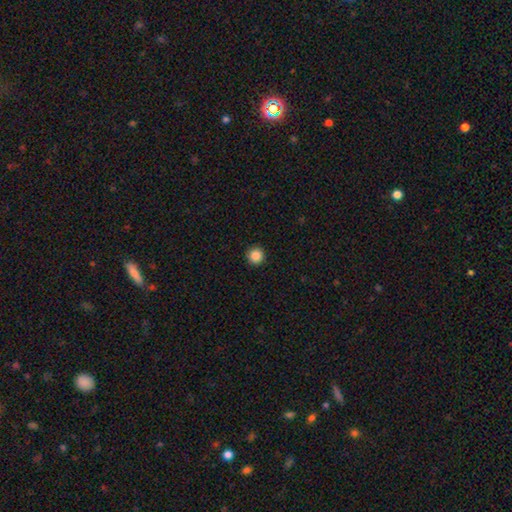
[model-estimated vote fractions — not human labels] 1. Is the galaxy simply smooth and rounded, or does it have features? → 86% smooth, 10% star or artifact, 3% featured or disk.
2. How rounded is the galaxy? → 96% round, 3% in between, 1% cigar-shaped.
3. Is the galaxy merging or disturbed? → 94% none, 4% minor disturbance, 1% major disturbance, 1% merger.